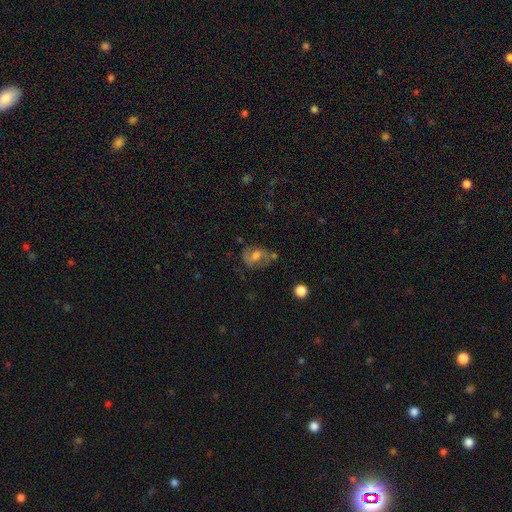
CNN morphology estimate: Smooth or featured? featured or disk (49%)
Merging? none (51%)